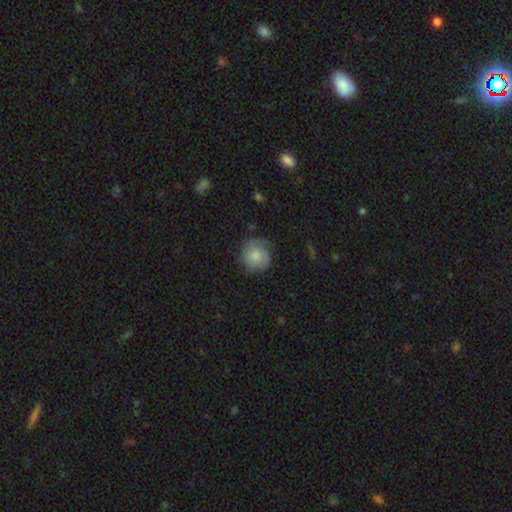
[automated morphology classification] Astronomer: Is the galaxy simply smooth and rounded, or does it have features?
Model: smooth — 74%.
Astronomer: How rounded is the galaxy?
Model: round — 90%.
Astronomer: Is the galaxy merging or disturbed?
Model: none — 70%.